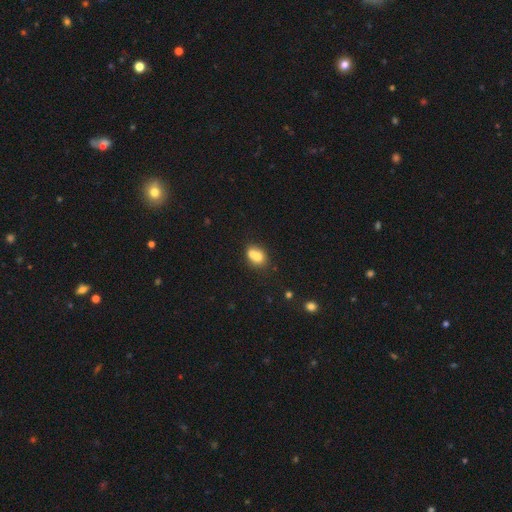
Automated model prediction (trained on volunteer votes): A smooth galaxy with no disk features (70%) that is in between round and cigar-shaped (51%).

Vote fractions:
- Smooth or featured? smooth: 70% / featured or disk: 19% / star or artifact: 10%
- How rounded? in between: 51% / round: 48% / cigar-shaped: 1%
- Merging? merger: 58% / none: 29% / minor disturbance: 9% / major disturbance: 4%